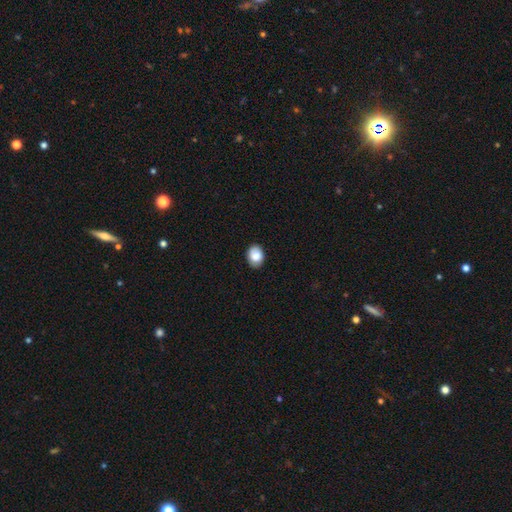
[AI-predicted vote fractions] smooth-or-featured: smooth: 82% | featured or disk: 10% | star or artifact: 8%
  how-rounded: in between: 69% | round: 30% | cigar-shaped: 1%
  merging: none: 85% | minor disturbance: 12% | major disturbance: 2% | merger: 1%